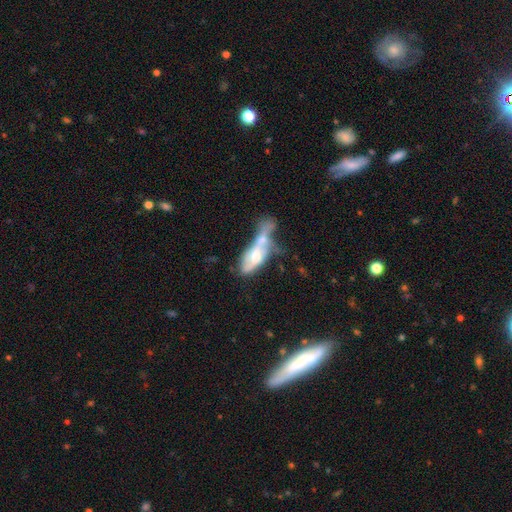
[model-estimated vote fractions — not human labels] smooth_or_featured: featured or disk (p=0.51) [alt: smooth p=0.42]
disk_edge_on: no (p=0.80) [alt: yes p=0.20]
merging: merger (p=0.54) [alt: major disturbance p=0.24]